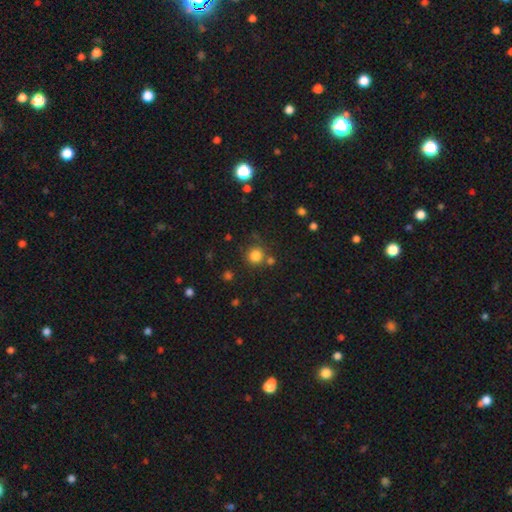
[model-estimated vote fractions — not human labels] Smooth or featured: smooth — 82% (star or artifact — 13%)
How rounded: round — 92% (in between — 7%)
Merging: none — 75% (merger — 12%)